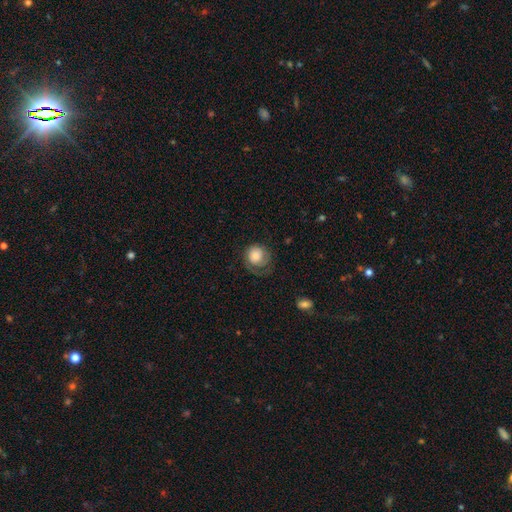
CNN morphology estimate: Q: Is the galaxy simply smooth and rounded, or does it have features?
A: smooth — 58%.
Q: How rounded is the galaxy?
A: round — 80%.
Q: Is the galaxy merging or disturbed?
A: none — 49%.